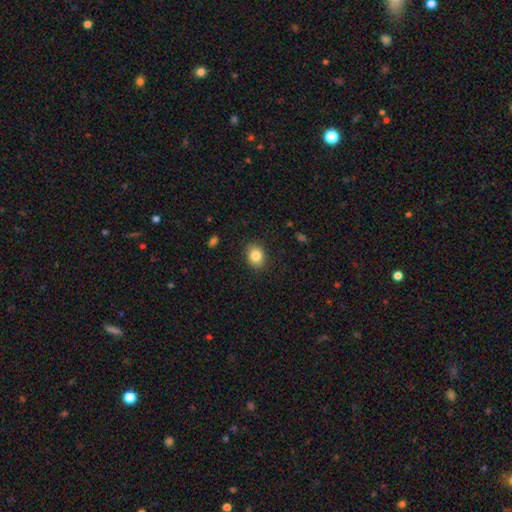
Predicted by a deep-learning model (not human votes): This is clearly a smooth galaxy (84%). How rounded: possibly round (50%). Merging: clearly none (88%).